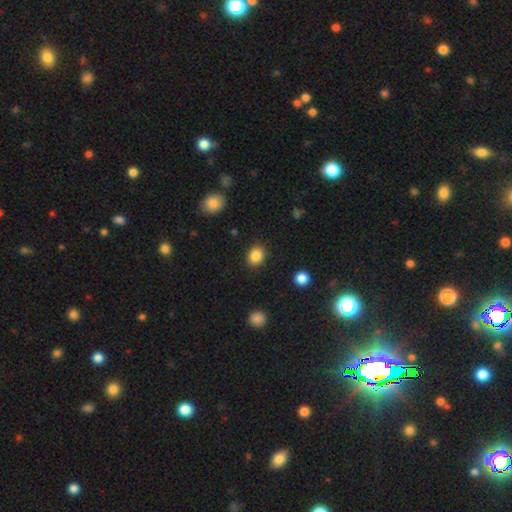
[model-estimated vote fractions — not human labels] The model was most divided on "how rounded": round: 56%, in between: 43%, cigar-shaped: 1%. More confident: merging — none (89%); smooth or featured — smooth (87%).